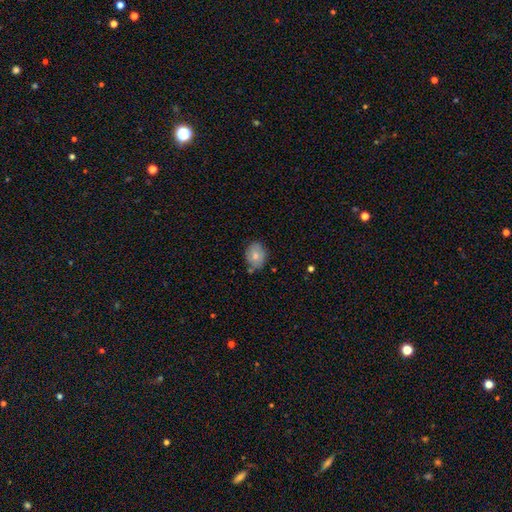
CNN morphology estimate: Smooth or featured: smooth — 73% (featured or disk — 19%)
How rounded: in between — 52% (round — 47%)
Merging: none — 70% (minor disturbance — 20%)